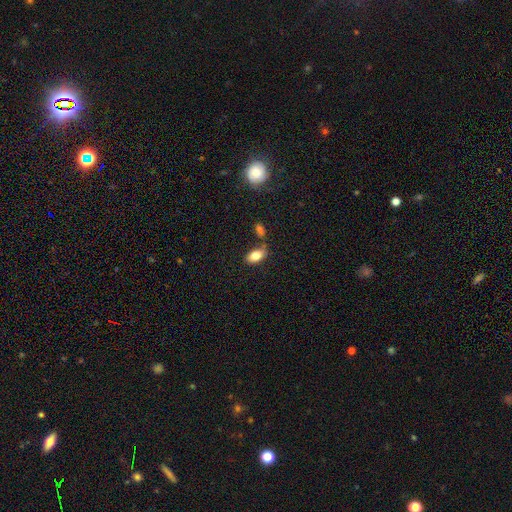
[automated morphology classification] This is clearly a smooth galaxy (81%). How rounded: clearly in between (91%). Merging: likely none (69%).